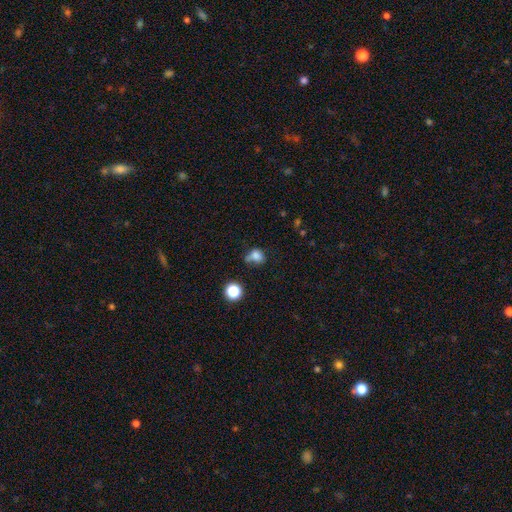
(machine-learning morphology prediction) Smooth or featured: smooth — 76% (star or artifact — 14%)
How rounded: round — 57% (in between — 41%)
Merging: none — 40% (minor disturbance — 27%)